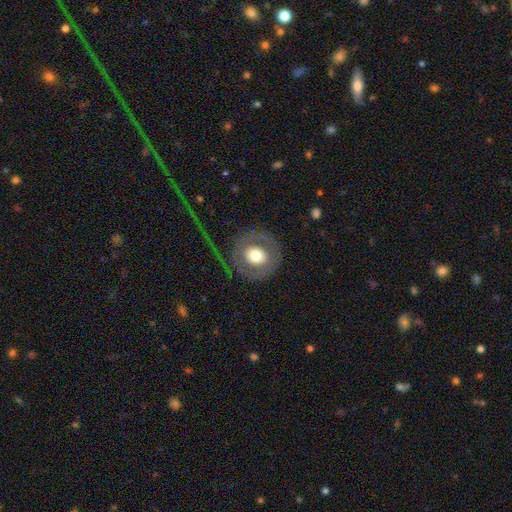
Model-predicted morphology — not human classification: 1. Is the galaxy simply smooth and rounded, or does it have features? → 52% smooth, 41% featured or disk, 7% star or artifact.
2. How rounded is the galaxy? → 89% round, 10% in between, 1% cigar-shaped.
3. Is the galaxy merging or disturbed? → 70% none, 16% major disturbance, 12% minor disturbance, 1% merger.